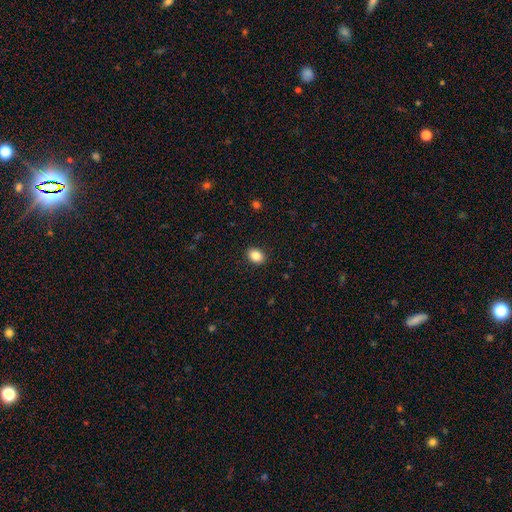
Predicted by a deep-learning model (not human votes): This is clearly a smooth galaxy (86%). How rounded: likely in between (68%). Merging: clearly none (90%).